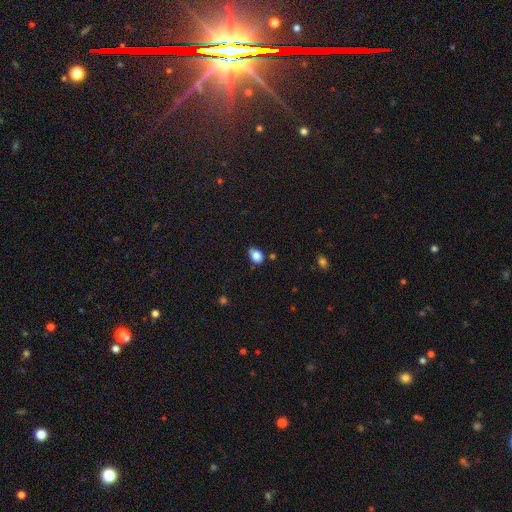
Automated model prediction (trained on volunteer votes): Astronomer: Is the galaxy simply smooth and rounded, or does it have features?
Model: smooth — 85%.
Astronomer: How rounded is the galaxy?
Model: in between — 78%.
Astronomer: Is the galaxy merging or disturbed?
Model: none — 70%.